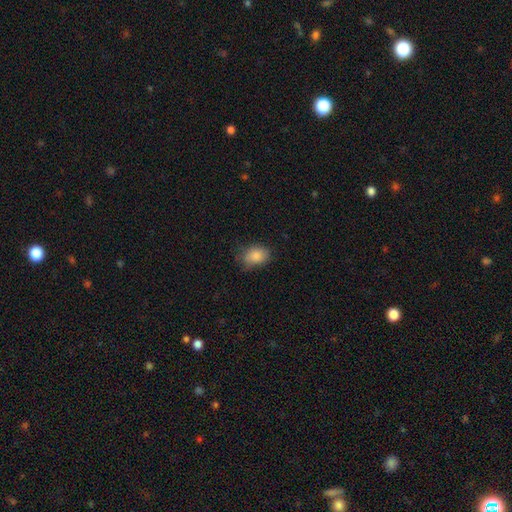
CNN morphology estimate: Smooth or featured? smooth (85%)
How rounded? in between (70%)
Merging? none (66%)